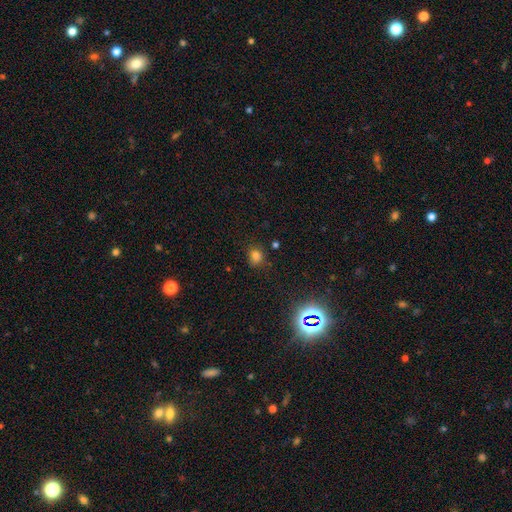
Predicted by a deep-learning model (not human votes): A smooth galaxy with no disk features (74%) that is round (71%).

Vote fractions:
- Smooth or featured? smooth: 74% / star or artifact: 20% / featured or disk: 5%
- How rounded? round: 71% / in between: 28% / cigar-shaped: 1%
- Merging? none: 78% / minor disturbance: 15% / major disturbance: 4% / merger: 3%